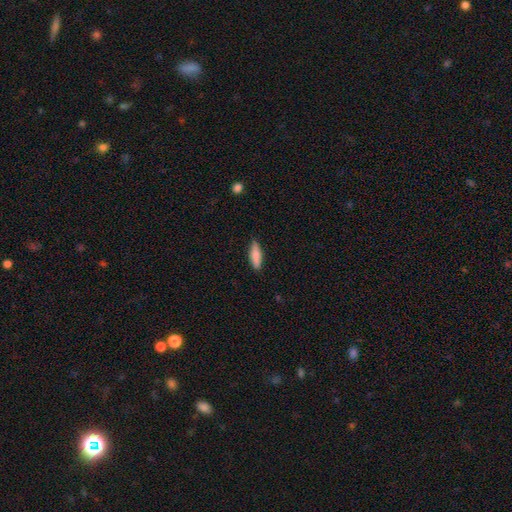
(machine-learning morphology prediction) smooth-or-featured: smooth: 83% | featured or disk: 11% | star or artifact: 6%
  how-rounded: cigar-shaped: 54% | in between: 45% | round: 2%
  merging: none: 84% | minor disturbance: 12% | major disturbance: 2% | merger: 1%